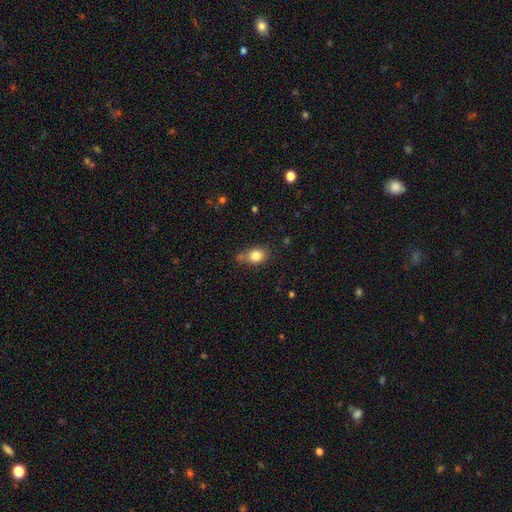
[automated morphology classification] This appears to be a smooth galaxy with no disk features (82%) that is in between round and cigar-shaped (51%). Merging: none (61%).